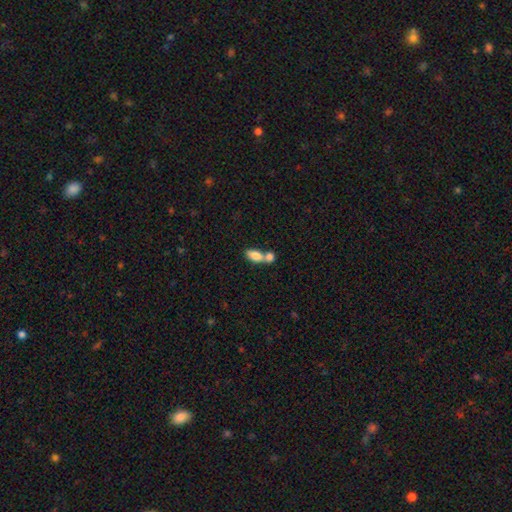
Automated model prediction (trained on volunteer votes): Overall: smooth (80%). How rounded: in between (87%). Merging: merger (62%; none 27%).